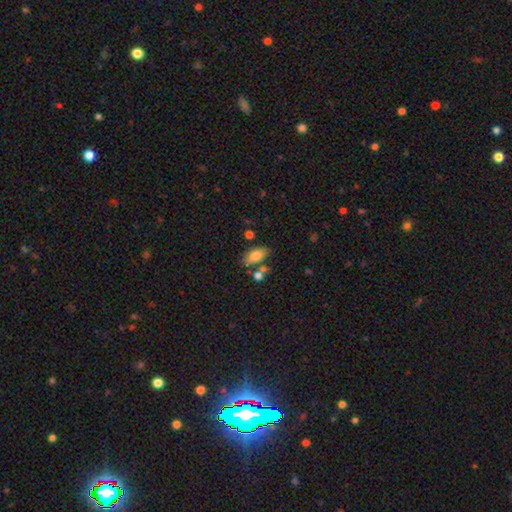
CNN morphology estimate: This is clearly a smooth galaxy (81%). How rounded: clearly in between (87%). Merging: likely none (66%).